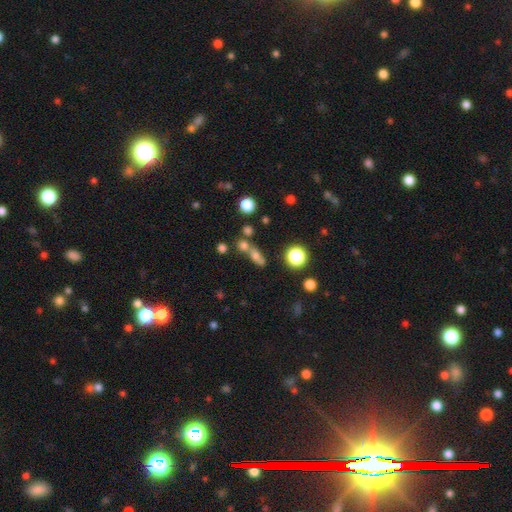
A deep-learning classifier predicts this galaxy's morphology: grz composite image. It shows a smooth galaxy with no disk features (63%) that is in between round and cigar-shaped (43%). Merging: none (43%).